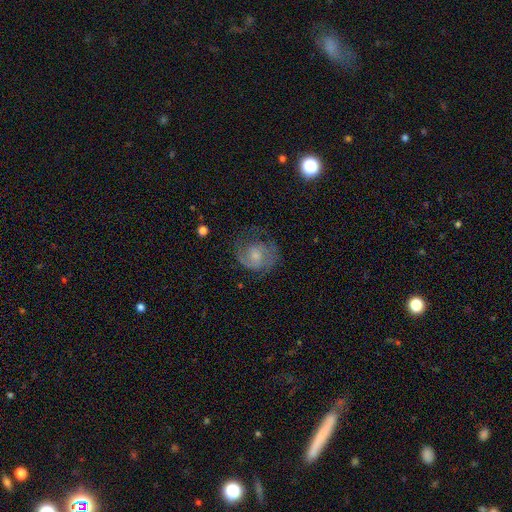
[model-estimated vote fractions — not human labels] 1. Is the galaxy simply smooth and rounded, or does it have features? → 61% featured or disk, 31% smooth, 8% star or artifact.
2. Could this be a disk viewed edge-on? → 97% no, 3% yes.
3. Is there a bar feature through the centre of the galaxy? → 71% no, 26% weak, 4% strong.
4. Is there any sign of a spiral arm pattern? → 82% yes, 18% no.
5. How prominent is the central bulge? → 49% small, 34% moderate, 10% none, 5% large, 1% dominant.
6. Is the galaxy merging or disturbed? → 51% none, 25% major disturbance, 22% minor disturbance, 2% merger.